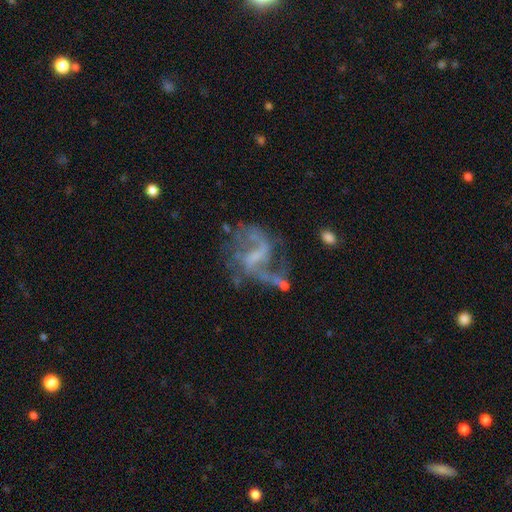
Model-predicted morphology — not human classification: Smooth or featured? featured or disk (80%)
Edge-on disk? no (97%)
Bar? weak (49%)
Spiral arms? yes (84%)
Spiral winding? loose (58%)
Spiral arm count? 2 (70%)
Bulge size? none (41%)
Merging? none (43%)